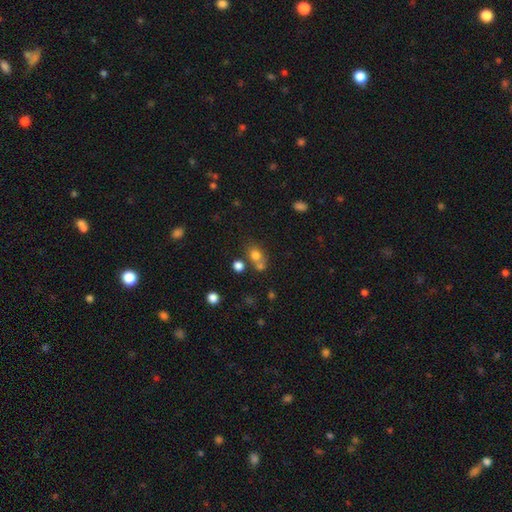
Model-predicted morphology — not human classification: Overall: smooth (74%). How rounded: round (58%; in between 41%). Merging: none (45%; merger 38%).